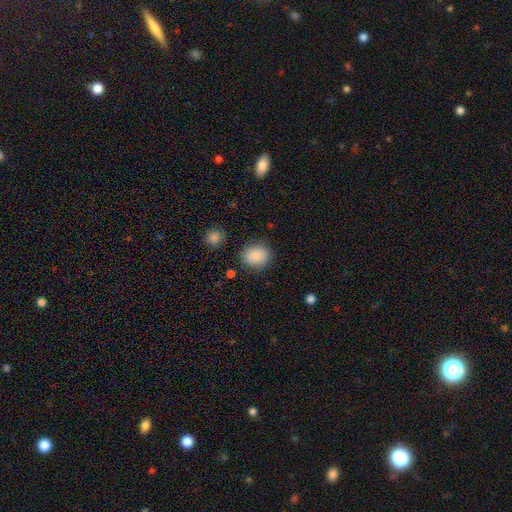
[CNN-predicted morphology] type=smooth (87%); roundness=round (70%); merging=none (82%).